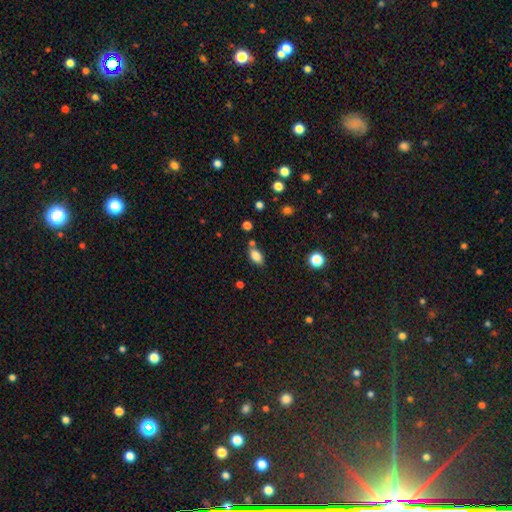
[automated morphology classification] A smooth galaxy with no disk features (83%) that is in between round and cigar-shaped (88%).

Vote fractions:
- Smooth or featured? smooth: 83% / star or artifact: 9% / featured or disk: 8%
- How rounded? in between: 88% / round: 7% / cigar-shaped: 4%
- Merging? none: 72% / minor disturbance: 15% / merger: 10% / major disturbance: 3%